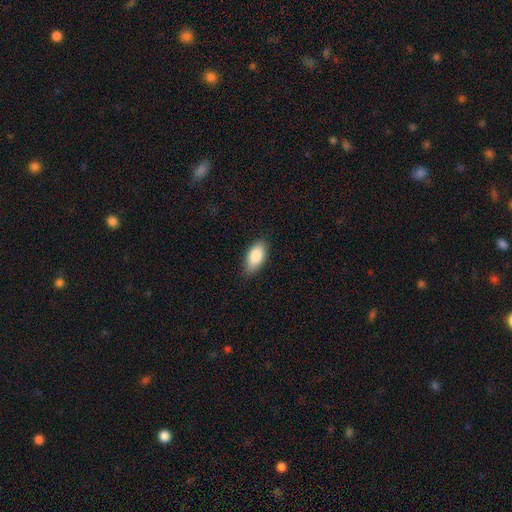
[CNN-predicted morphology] Smooth or featured?
  - smooth: 85% *
  - featured or disk: 9%
  - star or artifact: 7%
How rounded?
  - in between: 90% *
  - cigar-shaped: 7%
  - round: 3%
Merging?
  - none: 83% *
  - minor disturbance: 14%
  - major disturbance: 2%
  - merger: 1%